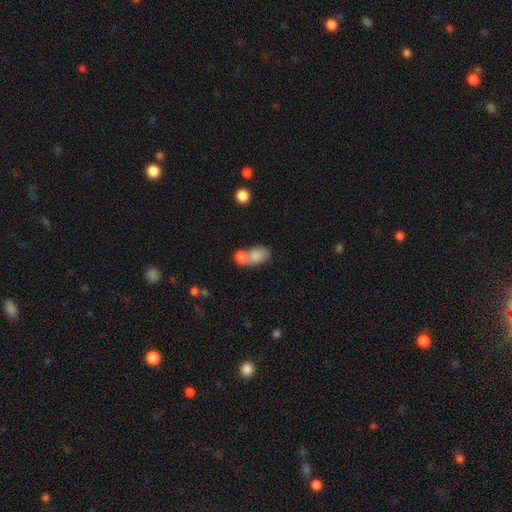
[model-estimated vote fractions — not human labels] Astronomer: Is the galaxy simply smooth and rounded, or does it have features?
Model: smooth — 80%.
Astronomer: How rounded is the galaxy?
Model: in between — 82%.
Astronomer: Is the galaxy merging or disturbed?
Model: merger — 54% (runner-up: none, 30%).